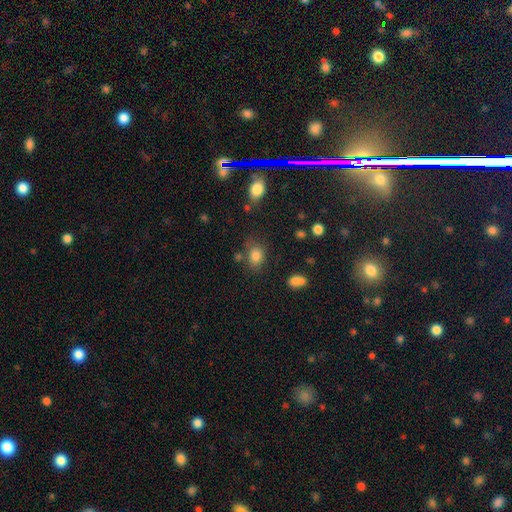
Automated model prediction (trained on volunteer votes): Smooth or featured: smooth — 82% (star or artifact — 11%)
How rounded: in between — 56% (round — 43%)
Merging: none — 69% (minor disturbance — 18%)